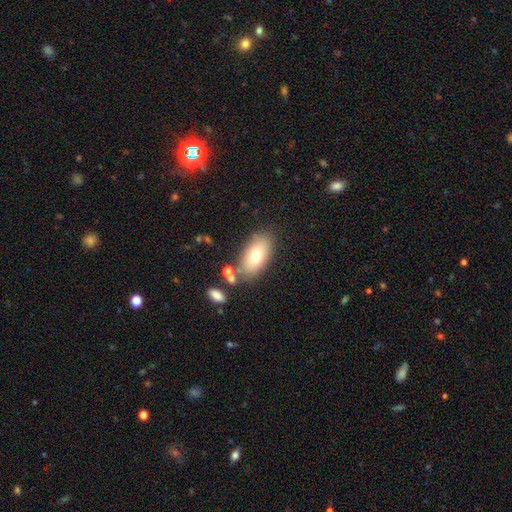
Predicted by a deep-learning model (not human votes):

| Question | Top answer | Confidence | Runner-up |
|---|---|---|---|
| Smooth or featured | smooth | 71% | featured or disk (20%) |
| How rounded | in between | 90% | round (6%) |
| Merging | none | 75% | minor disturbance (13%) |